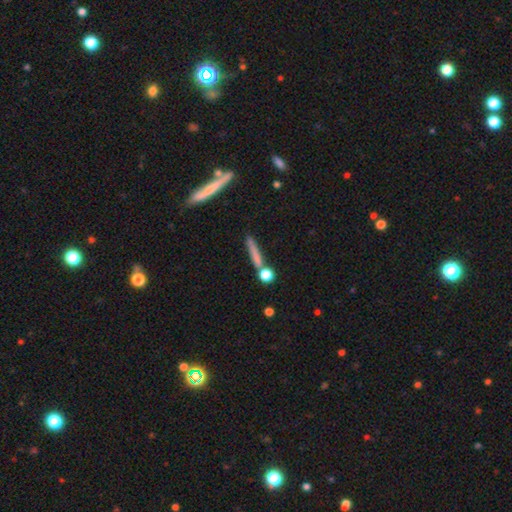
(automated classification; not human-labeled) smooth 67%, featured or disk 23%, star or artifact 11%. Down the decision tree: how rounded — cigar-shaped (78%); merging — none (69%).